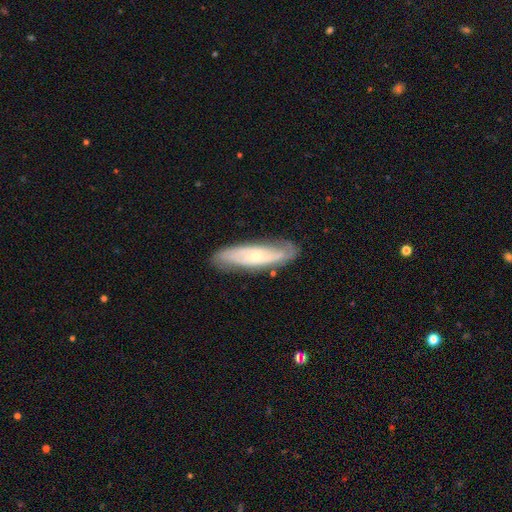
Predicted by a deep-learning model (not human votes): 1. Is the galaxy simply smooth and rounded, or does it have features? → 67% featured or disk, 27% smooth, 6% star or artifact.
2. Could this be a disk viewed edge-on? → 72% no, 28% yes.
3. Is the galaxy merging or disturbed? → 80% none, 15% minor disturbance, 4% major disturbance, 1% merger.